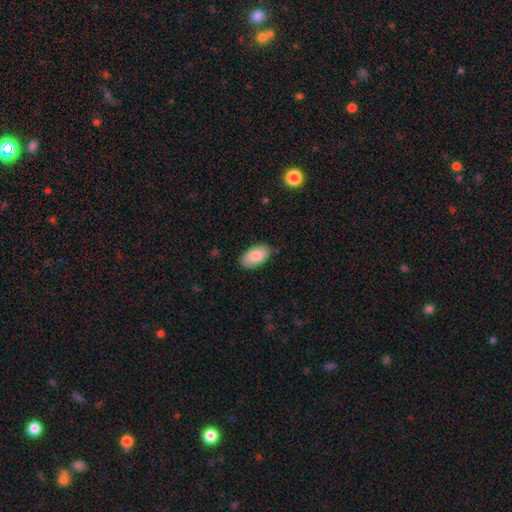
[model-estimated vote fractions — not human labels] Smooth or featured? smooth (85%)
How rounded? in between (95%)
Merging? none (83%)